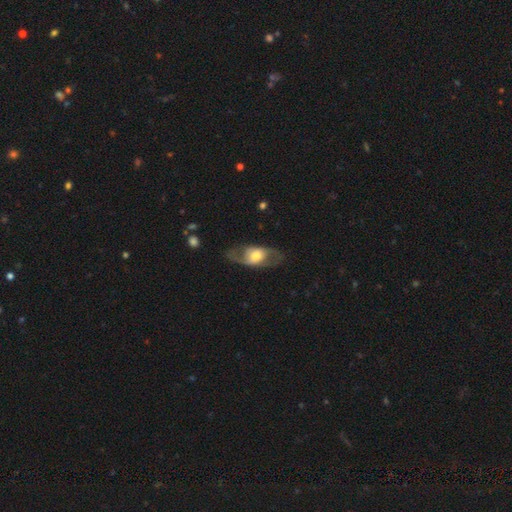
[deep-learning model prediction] Smooth or featured? Predicted: featured or disk (p=0.66). Edge-on disk? Predicted: no (p=0.84). Bar? Predicted: no (p=0.62). Spiral arms? Predicted: yes (p=0.67). Bulge size? Predicted: moderate (p=0.47). Merging? Predicted: none (p=0.72).